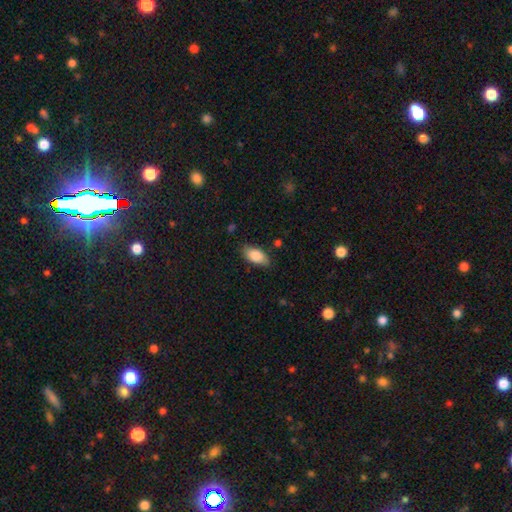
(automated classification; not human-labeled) Overall: smooth (84%). How rounded: in between (91%). Merging: none (83%).